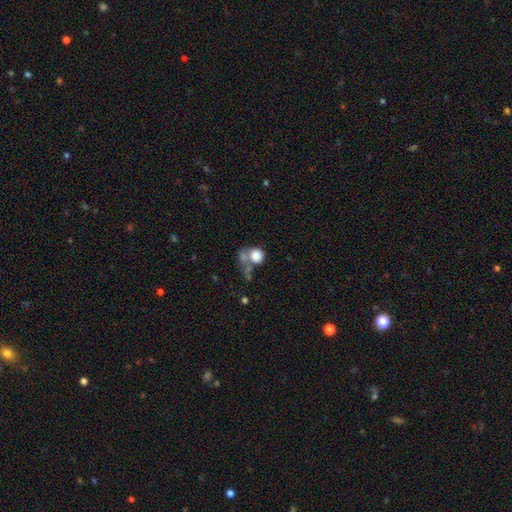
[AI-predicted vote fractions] Overall: smooth (77%). How rounded: round (75%). Merging: merger (43%; none 28%).